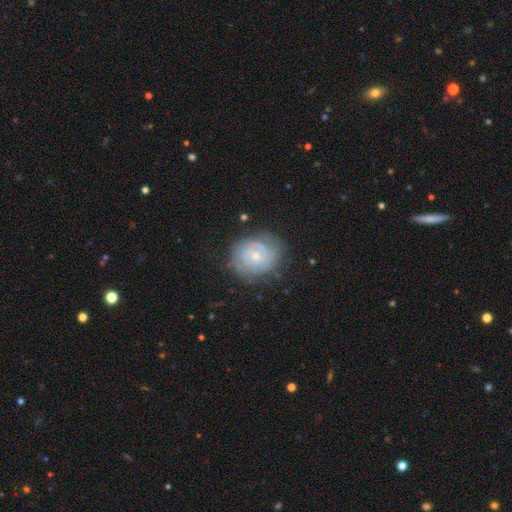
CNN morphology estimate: Smooth or featured? Predicted: featured or disk (p=0.74). Edge-on disk? Predicted: no (p=0.98). Bar? Predicted: no (p=0.73). Spiral arms? Predicted: yes (p=0.90). Spiral winding? Predicted: tight (p=0.73). Spiral arm count? Predicted: can't tell (p=0.41). Bulge size? Predicted: small (p=0.65). Merging? Predicted: none (p=0.74).